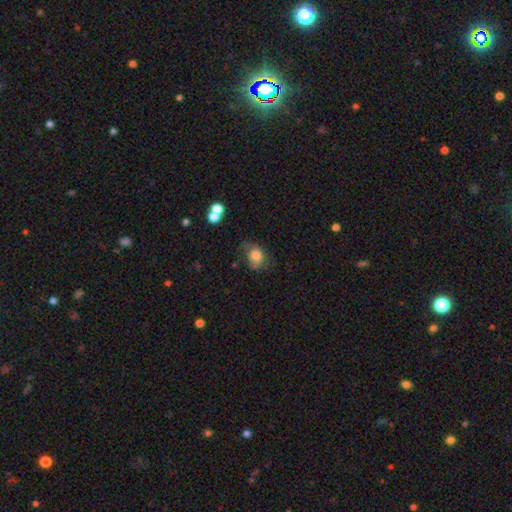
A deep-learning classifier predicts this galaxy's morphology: Smooth or featured?
  - smooth: 69% *
  - featured or disk: 21%
  - star or artifact: 10%
How rounded?
  - round: 51% *
  - in between: 48%
  - cigar-shaped: 1%
Merging?
  - none: 43% *
  - minor disturbance: 30%
  - major disturbance: 23%
  - merger: 4%